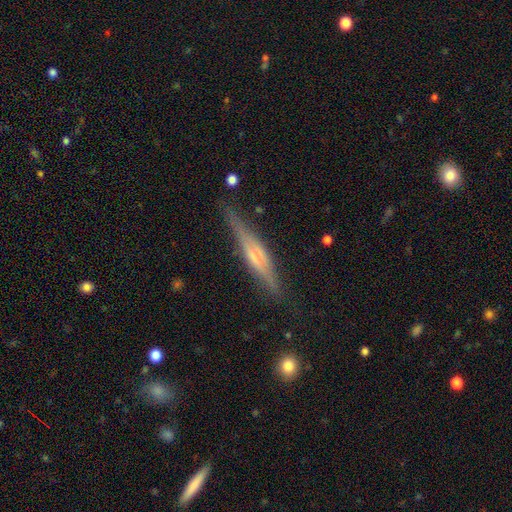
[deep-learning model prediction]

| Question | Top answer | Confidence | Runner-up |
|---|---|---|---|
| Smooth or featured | featured or disk | 71% | smooth (22%) |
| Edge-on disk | yes | 96% | no (4%) |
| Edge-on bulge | rounded | 54% | boxy (26%) |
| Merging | none | 81% | minor disturbance (14%) |